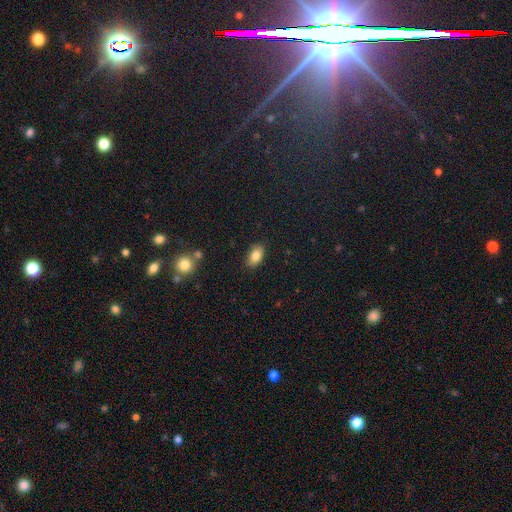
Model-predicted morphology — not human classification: Smooth or featured: smooth — 83% (featured or disk — 9%)
How rounded: in between — 91% (round — 5%)
Merging: none — 85% (minor disturbance — 11%)